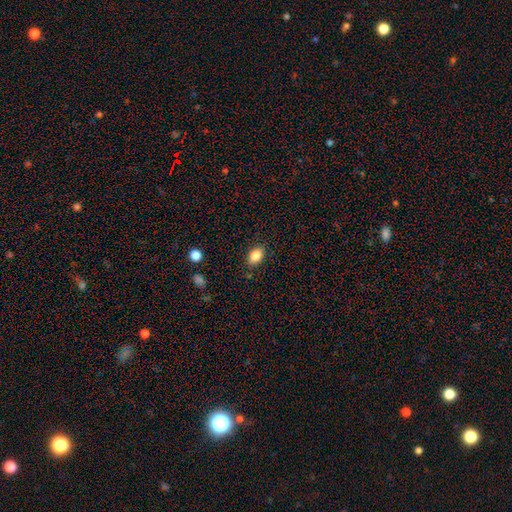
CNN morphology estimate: This appears to be a smooth galaxy with no disk features (85%) that is in between round and cigar-shaped (86%). Merging: none (85%).